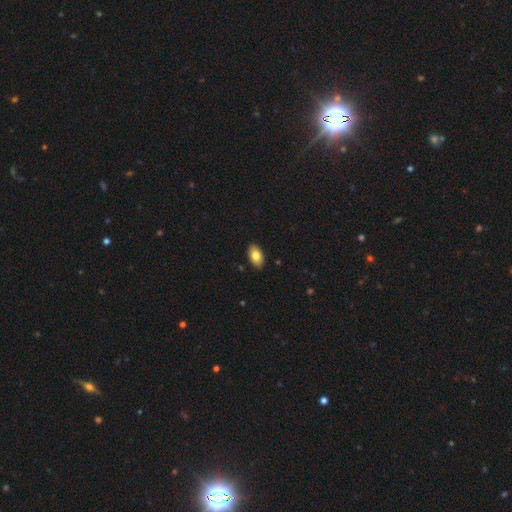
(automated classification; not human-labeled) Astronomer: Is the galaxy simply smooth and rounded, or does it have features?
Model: smooth — 82%.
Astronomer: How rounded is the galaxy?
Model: in between — 93%.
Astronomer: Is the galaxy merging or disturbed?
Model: none — 89%.